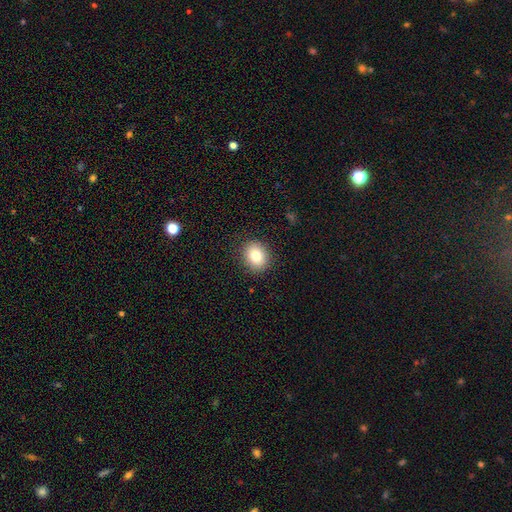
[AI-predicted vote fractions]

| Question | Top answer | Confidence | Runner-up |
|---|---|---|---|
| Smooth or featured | smooth | 83% | star or artifact (9%) |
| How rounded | round | 66% | in between (33%) |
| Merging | none | 89% | minor disturbance (8%) |